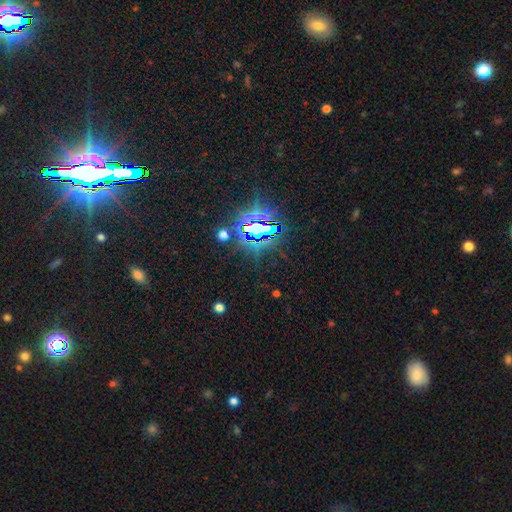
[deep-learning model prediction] smooth-or-featured: star or artifact: 85% | smooth: 8% | featured or disk: 7%